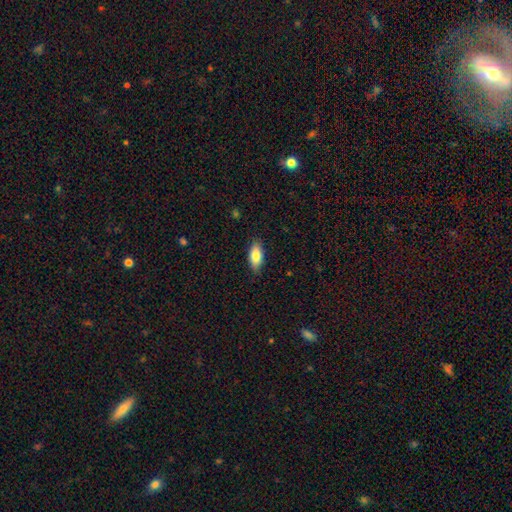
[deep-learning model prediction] A smooth galaxy with no disk features (83%) that is in between round and cigar-shaped (87%). Merging: none (86%).